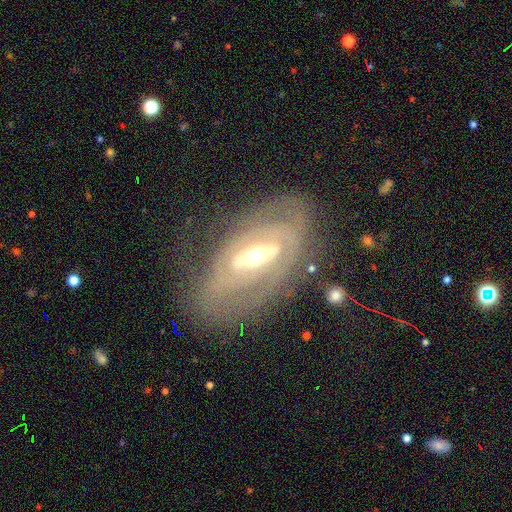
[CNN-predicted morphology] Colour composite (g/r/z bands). It shows a featured or disk galaxy (82%) with a weak bar (38%), tight (64%) spiral arms (74%) and a moderate central bulge (61%). Merging: none (65%).